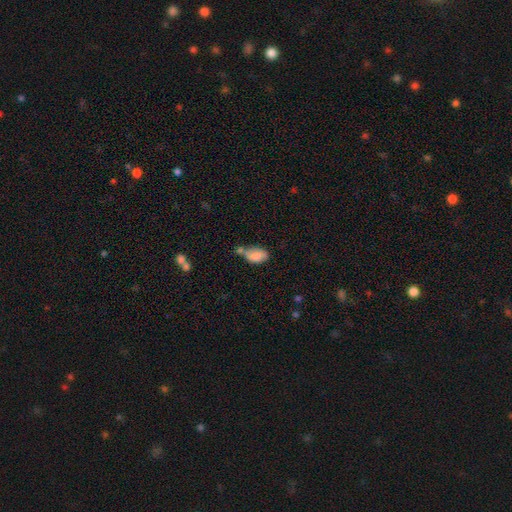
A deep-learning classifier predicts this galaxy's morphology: The model was most divided on "merging": none: 32%, merger: 29%, minor disturbance: 28%, major disturbance: 11%. More confident: how rounded — in between (90%); smooth or featured — smooth (77%).